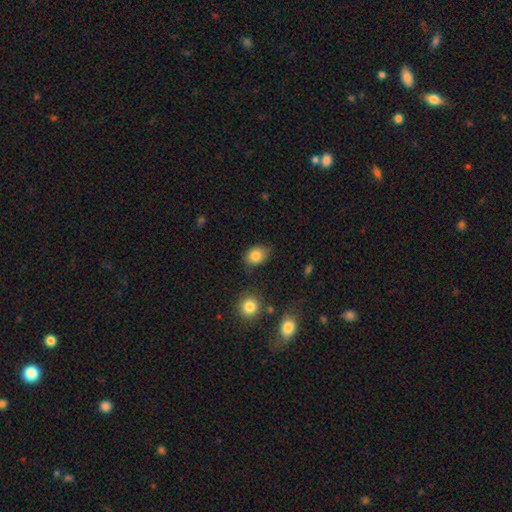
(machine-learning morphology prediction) smooth_or_featured: smooth (p=0.84) [alt: star or artifact p=0.09]
how_rounded: in between (p=0.66) [alt: round p=0.33]
merging: none (p=0.78) [alt: minor disturbance p=0.16]